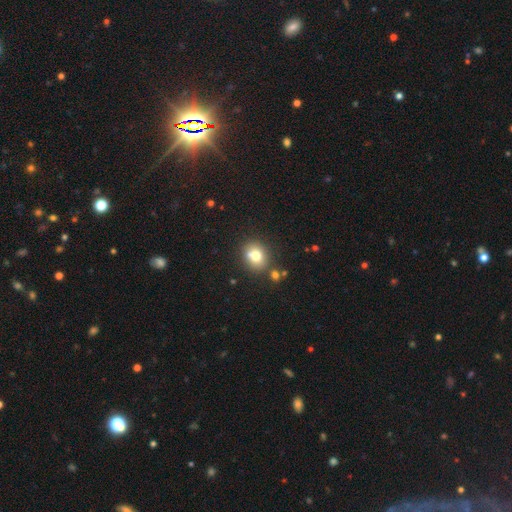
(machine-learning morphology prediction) A smooth galaxy with no disk features (76%) that is round (71%). Merging: none (69%).